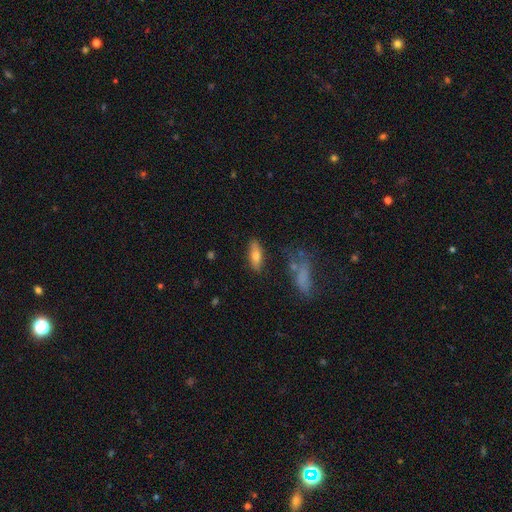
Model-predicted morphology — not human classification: Overall: smooth (70%). How rounded: in between (63%; cigar-shaped 34%). Merging: none (80%).